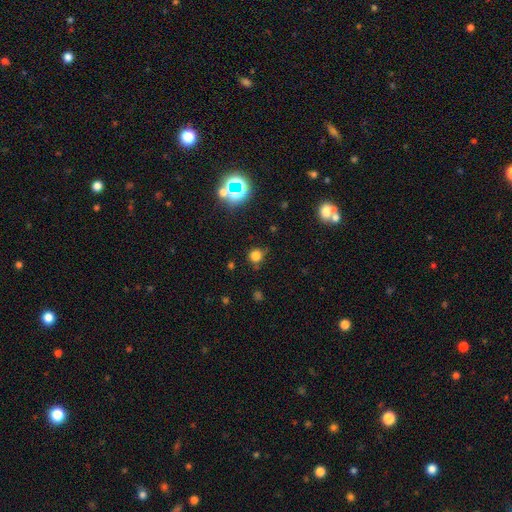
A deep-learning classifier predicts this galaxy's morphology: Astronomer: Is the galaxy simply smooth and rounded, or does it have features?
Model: smooth — 73%.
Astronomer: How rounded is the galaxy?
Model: round — 89%.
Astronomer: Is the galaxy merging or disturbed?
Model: none — 72%.